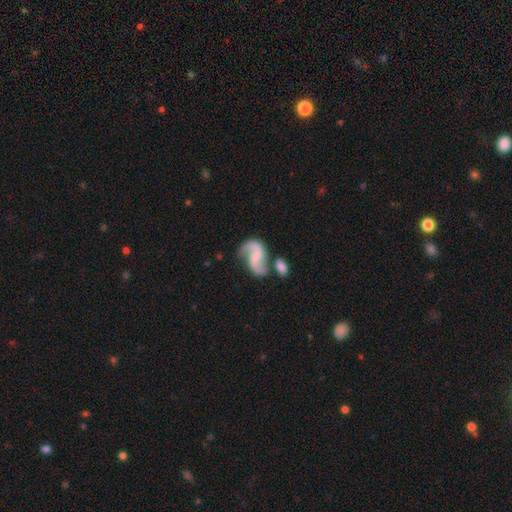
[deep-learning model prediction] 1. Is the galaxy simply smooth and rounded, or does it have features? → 85% featured or disk, 9% smooth, 5% star or artifact.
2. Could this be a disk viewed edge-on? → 98% no, 2% yes.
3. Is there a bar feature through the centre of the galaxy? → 45% no, 42% weak, 13% strong.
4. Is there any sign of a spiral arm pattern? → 96% yes, 4% no.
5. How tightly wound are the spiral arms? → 63% loose, 31% medium, 6% tight.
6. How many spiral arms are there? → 91% 2, 3% 1, 2% can't tell, 1% 3, 1% 4, 1% more than 4.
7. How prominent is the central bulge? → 40% small, 37% none, 19% moderate, 3% large, 1% dominant.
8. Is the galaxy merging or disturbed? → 49% none, 24% merger, 17% minor disturbance, 10% major disturbance.